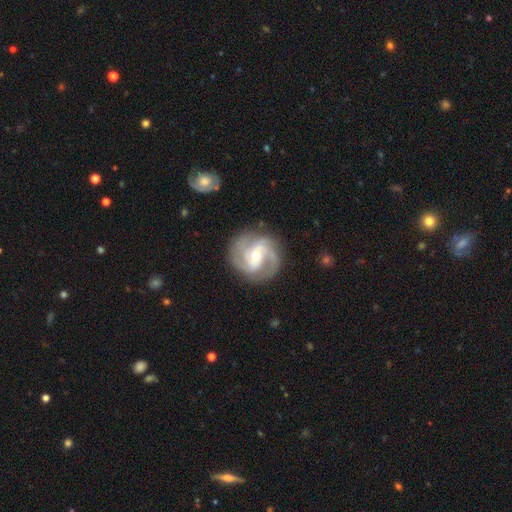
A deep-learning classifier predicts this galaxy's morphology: Smooth or featured: featured or disk — 89% (smooth — 6%)
Edge-on disk: no — 98% (yes — 2%)
Bar: weak — 44% (no — 32%)
Spiral arms: yes — 97% (no — 3%)
Spiral winding: medium — 51% (tight — 37%)
Spiral arm count: 3 — 45% (2 — 36%)
Bulge size: moderate — 54% (small — 42%)
Merging: none — 82% (minor disturbance — 12%)